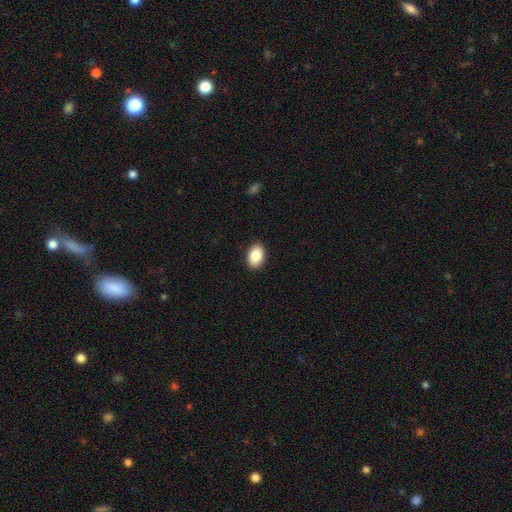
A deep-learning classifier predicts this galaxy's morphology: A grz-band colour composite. It shows a smooth galaxy with no disk features (87%) that is in between round and cigar-shaped (86%). Merging: none (91%).